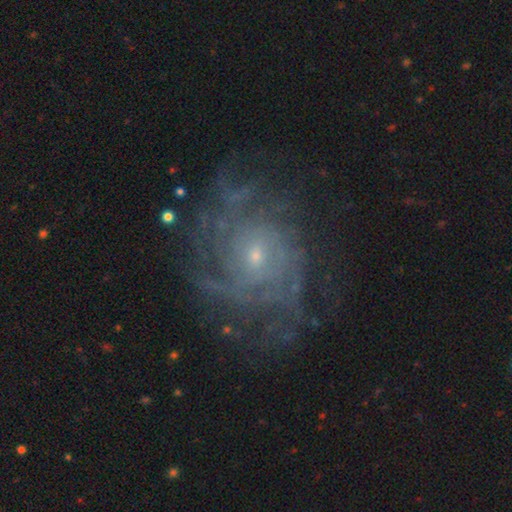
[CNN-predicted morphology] Smooth or featured: featured or disk — 82% (star or artifact — 10%)
Edge-on disk: no — 97% (yes — 3%)
Bar: no — 74% (weak — 22%)
Spiral arms: yes — 92% (no — 8%)
Spiral winding: tight — 60% (medium — 30%)
Spiral arm count: can't tell — 41% (4 — 15%)
Bulge size: small — 75% (moderate — 21%)
Merging: none — 72% (minor disturbance — 16%)